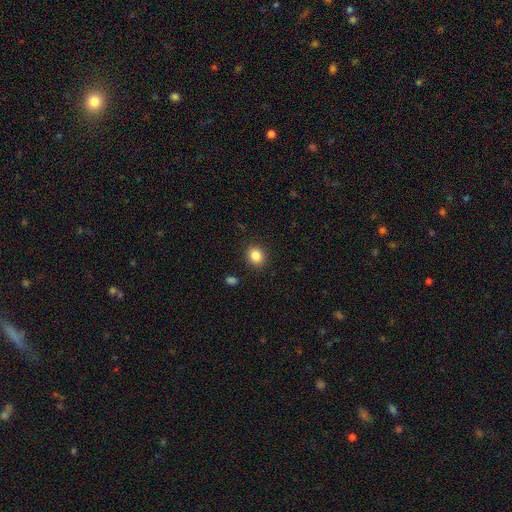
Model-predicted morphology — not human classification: Smooth or featured: smooth — 85% (star or artifact — 10%)
How rounded: round — 75% (in between — 24%)
Merging: none — 90% (minor disturbance — 7%)